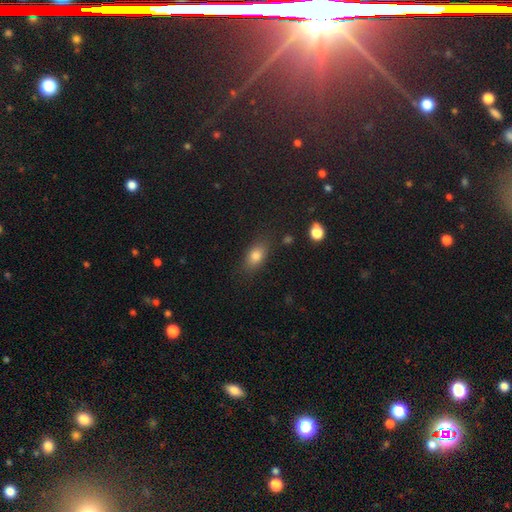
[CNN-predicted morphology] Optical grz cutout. It shows a smooth galaxy with no disk features (79%) that is in between round and cigar-shaped (81%). Merging: none (80%).